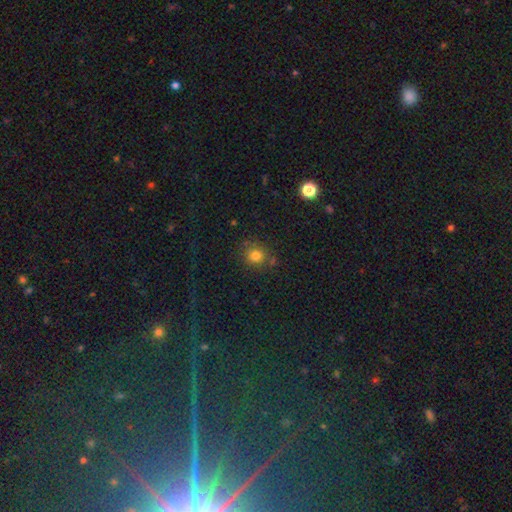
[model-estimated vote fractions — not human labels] Smooth or featured? smooth (78%)
How rounded? round (88%)
Merging? none (79%)